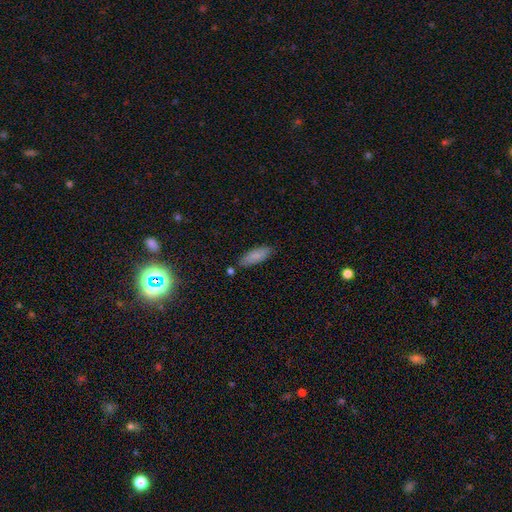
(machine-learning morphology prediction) Q: Smooth or featured?
A: smooth (84%); runner-up: featured or disk (9%)
Q: How rounded?
A: in between (60%); runner-up: cigar-shaped (38%)
Q: Merging?
A: none (81%); runner-up: minor disturbance (13%)